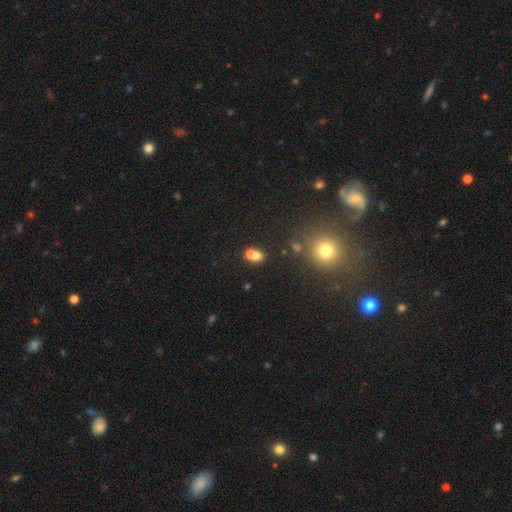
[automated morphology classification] Smooth or featured: smooth — 69% (featured or disk — 17%)
How rounded: in between — 52% (round — 46%)
Merging: merger — 58% (none — 31%)